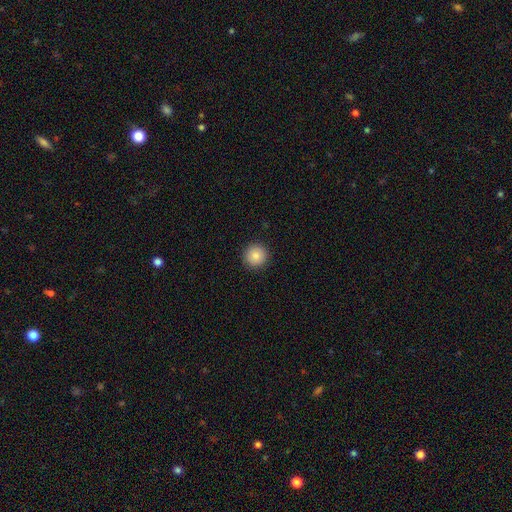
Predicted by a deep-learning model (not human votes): A smooth galaxy with no disk features (84%) that is round (95%).

Vote fractions:
- Smooth or featured? smooth: 84% / star or artifact: 10% / featured or disk: 6%
- How rounded? round: 95% / in between: 4% / cigar-shaped: 1%
- Merging? none: 92% / minor disturbance: 5% / major disturbance: 2% / merger: 1%